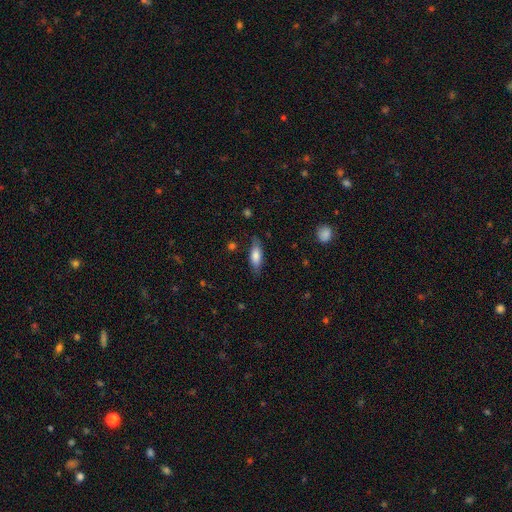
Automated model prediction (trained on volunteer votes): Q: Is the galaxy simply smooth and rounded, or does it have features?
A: smooth — 75%.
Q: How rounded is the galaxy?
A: in between — 66%.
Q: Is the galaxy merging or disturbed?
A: none — 78%.